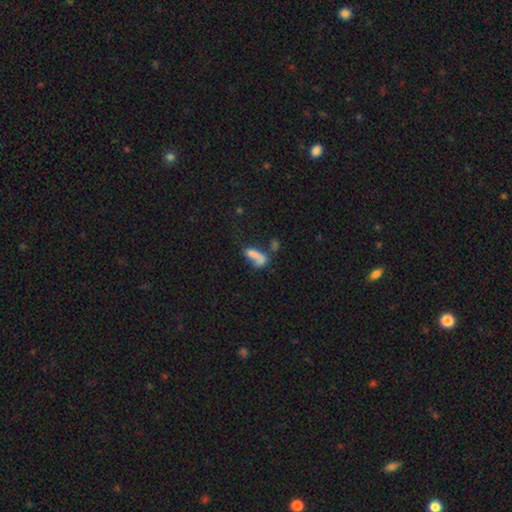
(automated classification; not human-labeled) Smooth or featured: smooth — 66% (featured or disk — 21%)
How rounded: in between — 68% (cigar-shaped — 24%)
Merging: merger — 43% (none — 25%)